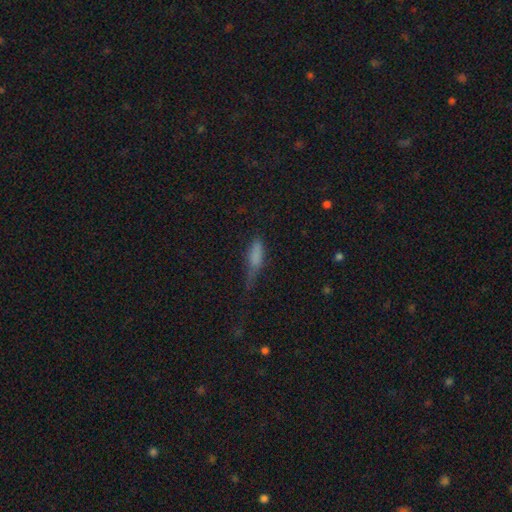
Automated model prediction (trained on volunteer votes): Smooth or featured? Predicted: smooth (p=0.73). How rounded? Predicted: cigar-shaped (p=0.54). Merging? Predicted: minor disturbance (p=0.38).